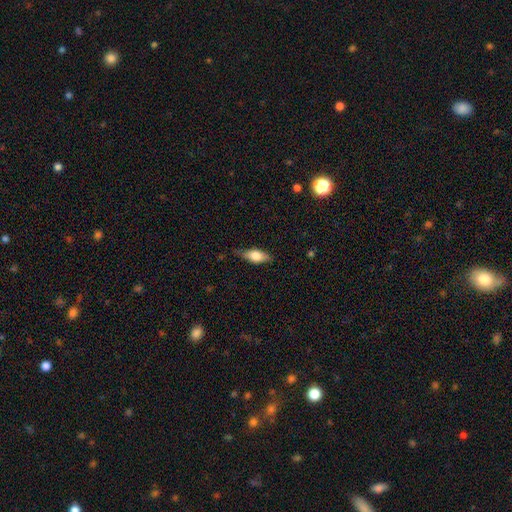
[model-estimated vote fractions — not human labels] Morphology: type=smooth (69%); roundness=in between (77%); merging=none (71%).